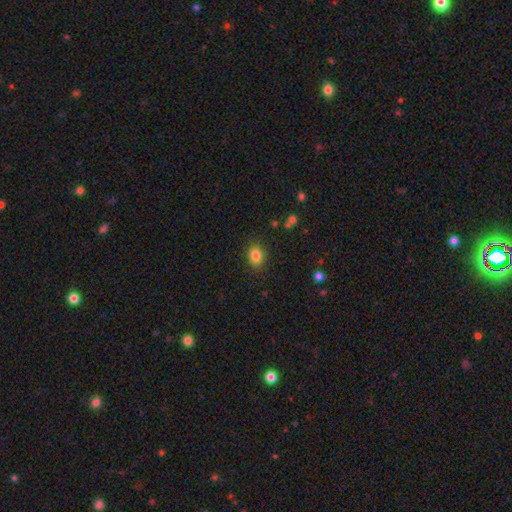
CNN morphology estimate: Smooth or featured? smooth (83%)
How rounded? in between (58%)
Merging? none (86%)